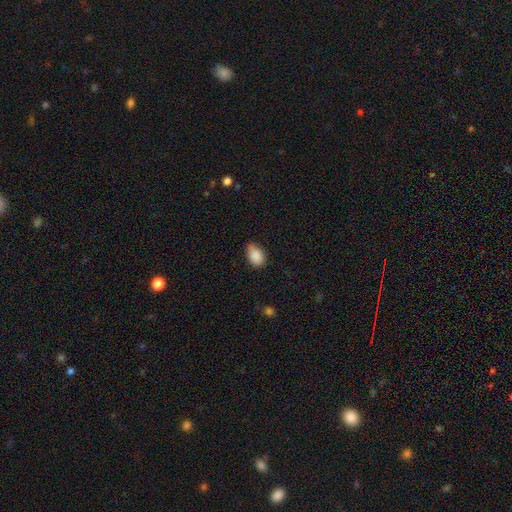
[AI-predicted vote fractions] A smooth galaxy with no disk features (88%) that is in between round and cigar-shaped (84%).

Vote fractions:
- Smooth or featured? smooth: 88% / star or artifact: 8% / featured or disk: 4%
- How rounded? in between: 84% / round: 14% / cigar-shaped: 1%
- Merging? none: 62% / minor disturbance: 32% / major disturbance: 5% / merger: 2%